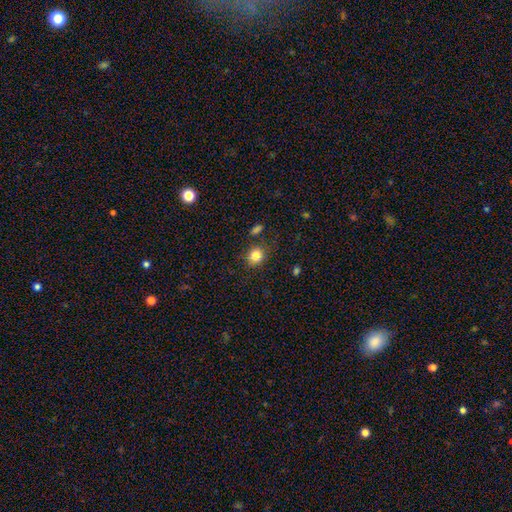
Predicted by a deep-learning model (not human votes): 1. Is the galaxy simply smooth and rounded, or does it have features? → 83% smooth, 11% star or artifact, 6% featured or disk.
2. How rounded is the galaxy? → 72% round, 27% in between, 1% cigar-shaped.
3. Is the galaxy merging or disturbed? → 81% none, 12% minor disturbance, 4% merger, 3% major disturbance.